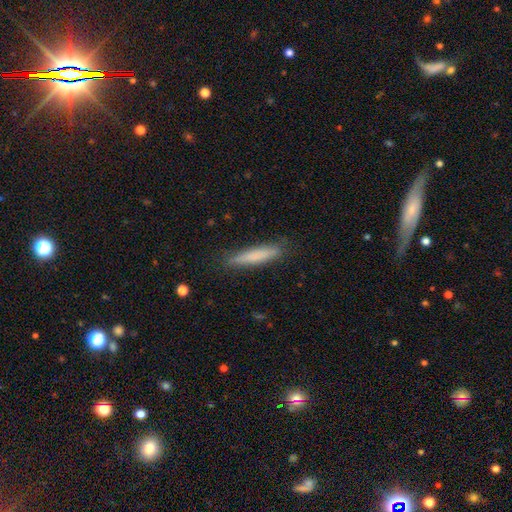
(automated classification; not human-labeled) Smooth or featured?
  - smooth: 75% *
  - featured or disk: 19%
  - star or artifact: 7%
How rounded?
  - cigar-shaped: 90% *
  - in between: 8%
  - round: 1%
Merging?
  - none: 85% *
  - minor disturbance: 12%
  - major disturbance: 2%
  - merger: 1%